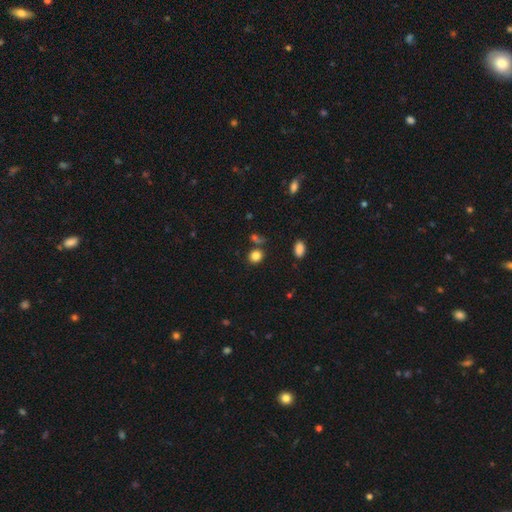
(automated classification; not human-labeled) Smooth or featured: smooth — 83% (star or artifact — 12%)
How rounded: round — 70% (in between — 29%)
Merging: none — 74% (minor disturbance — 12%)